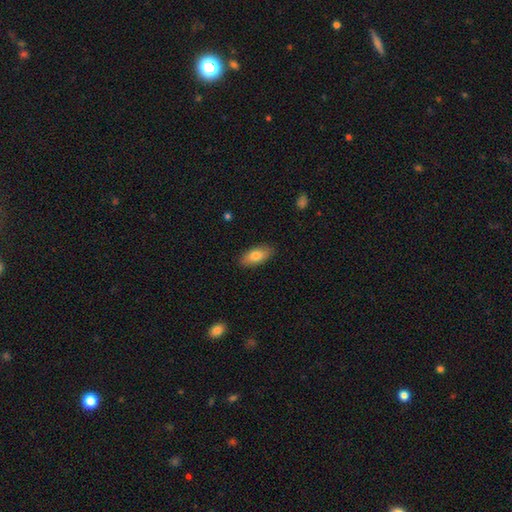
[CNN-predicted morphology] A smooth galaxy with no disk features (78%) that is in between round and cigar-shaped (87%).

Vote fractions:
- Smooth or featured? smooth: 78% / featured or disk: 15% / star or artifact: 6%
- How rounded? in between: 87% / cigar-shaped: 10% / round: 3%
- Merging? none: 88% / minor disturbance: 9% / major disturbance: 2% / merger: 1%